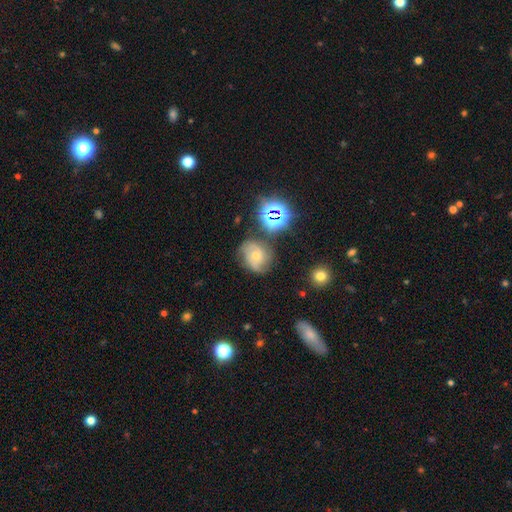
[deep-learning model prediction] Overall: featured or disk (59%; smooth 25%). Edge-on disk: no (97%). Bar: no (75%). Spiral arms: yes (89%). Spiral arm count: 3 (33%; 2 31%). Spiral winding: medium (43%; tight 42%). Bulge size: small (56%; moderate 39%). Merging: none (59%; minor disturbance 25%).